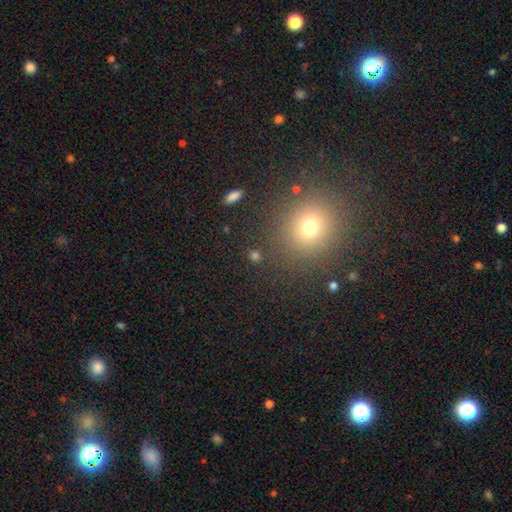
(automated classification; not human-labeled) Q: Smooth or featured?
A: smooth (59%); runner-up: star or artifact (32%)
Q: How rounded?
A: round (78%); runner-up: in between (20%)
Q: Merging?
A: none (85%); runner-up: minor disturbance (8%)